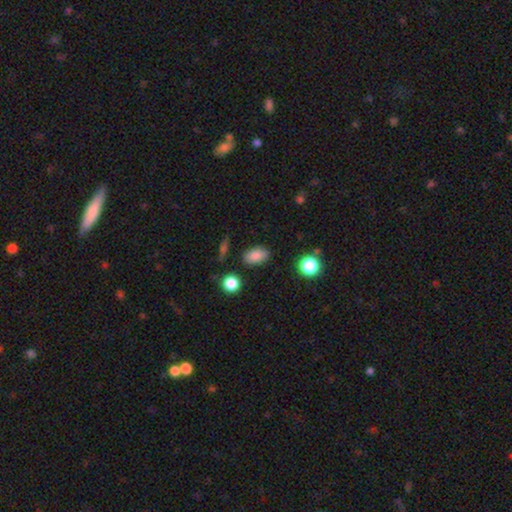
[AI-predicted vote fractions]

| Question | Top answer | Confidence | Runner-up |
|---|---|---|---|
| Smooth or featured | smooth | 83% | star or artifact (9%) |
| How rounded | in between | 87% | round (11%) |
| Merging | none | 85% | minor disturbance (10%) |